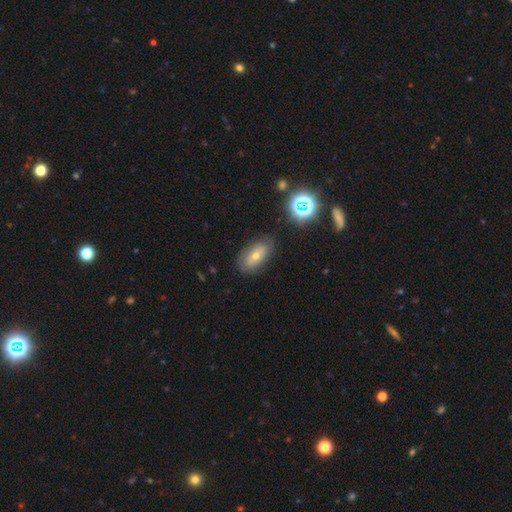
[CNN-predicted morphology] smooth 53%, featured or disk 35%, star or artifact 12%. Down the decision tree: how rounded — in between (88%); merging — none (77%).